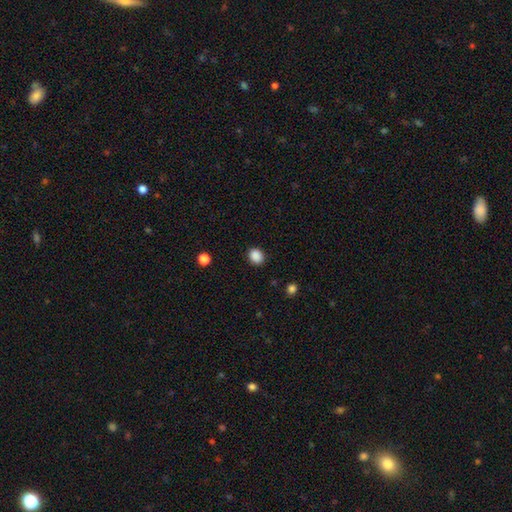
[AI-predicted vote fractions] smooth 88%, star or artifact 10%, featured or disk 3%. Down the decision tree: how rounded — round (66%); merging — none (88%).